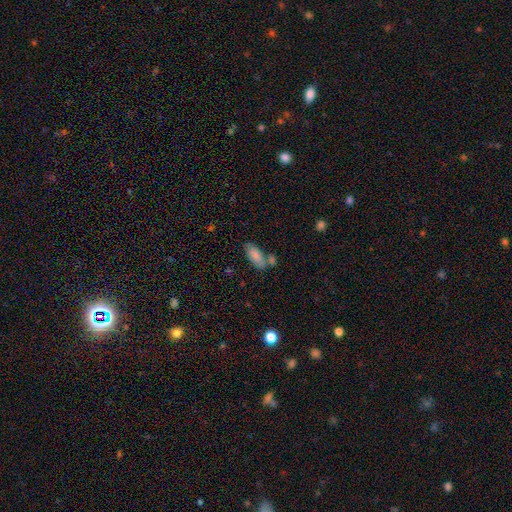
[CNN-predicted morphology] Smooth or featured?
  - smooth: 84% *
  - featured or disk: 9%
  - star or artifact: 7%
How rounded?
  - in between: 84% *
  - cigar-shaped: 14%
  - round: 2%
Merging?
  - none: 58% *
  - merger: 21%
  - minor disturbance: 16%
  - major disturbance: 5%